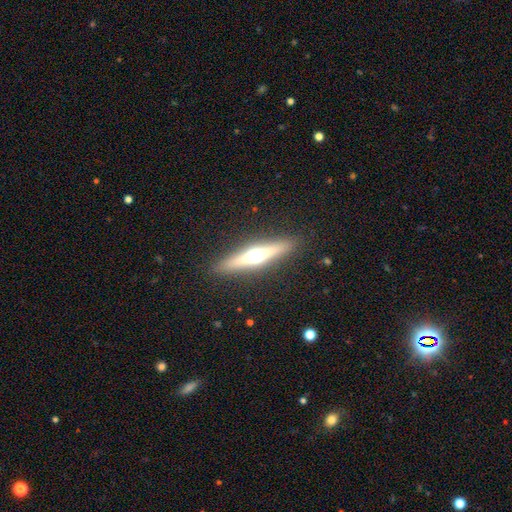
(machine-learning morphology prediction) Smooth or featured? featured or disk (65%)
Edge-on disk? yes (95%)
Edge-on bulge? rounded (95%)
Merging? none (89%)